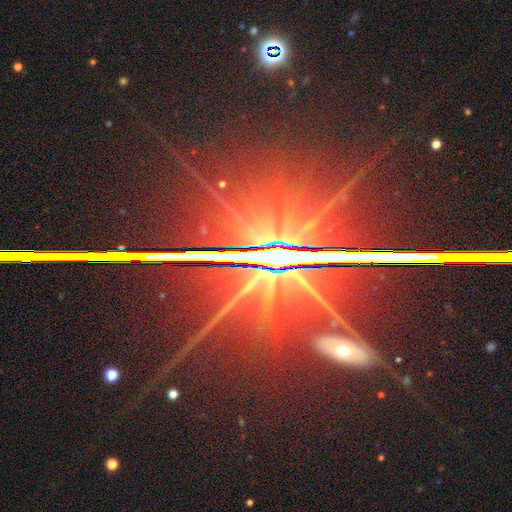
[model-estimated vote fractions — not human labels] A star or artifact, not a galaxy (79%).